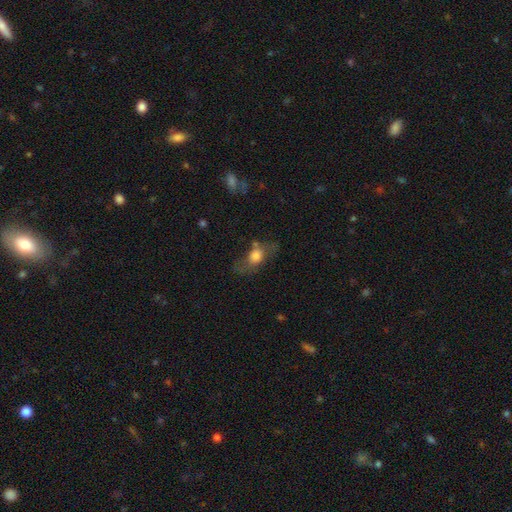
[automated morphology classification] type=smooth (65%); roundness=in between (64%); merging=none (46%).